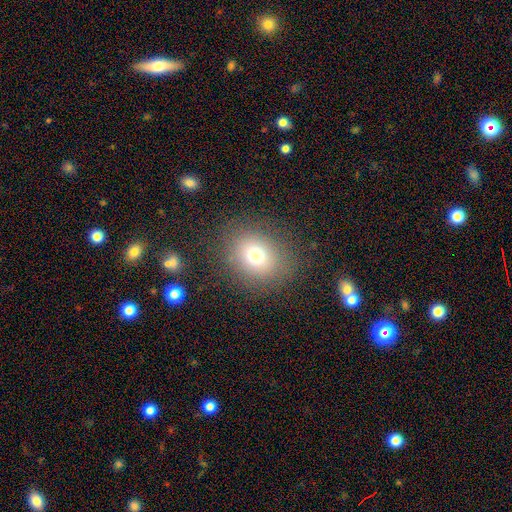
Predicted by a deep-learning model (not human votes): The model was most divided on "how rounded": round: 64%, in between: 35%, cigar-shaped: 1%. More confident: merging — none (84%); smooth or featured — smooth (72%).